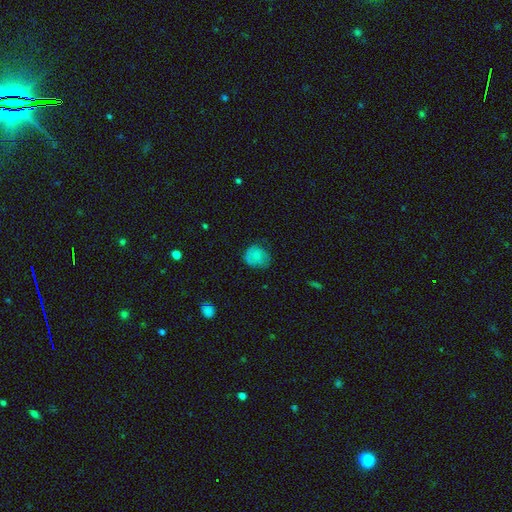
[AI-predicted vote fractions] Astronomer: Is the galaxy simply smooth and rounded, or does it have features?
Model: smooth — 71%.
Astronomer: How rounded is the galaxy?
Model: round — 72%.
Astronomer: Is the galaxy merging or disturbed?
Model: none — 64%.